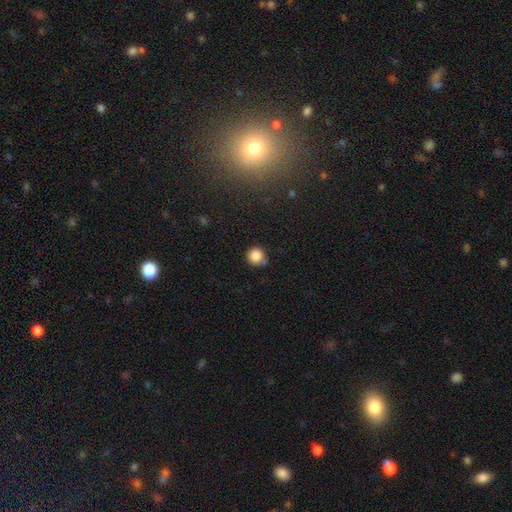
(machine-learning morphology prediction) This appears to be a smooth galaxy with no disk features (85%) that is round (94%). Merging: none (74%).